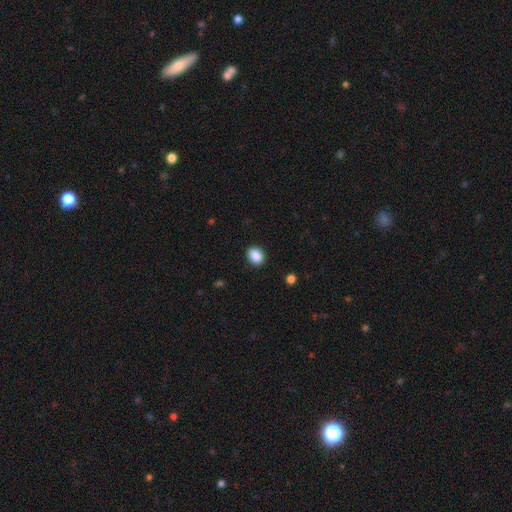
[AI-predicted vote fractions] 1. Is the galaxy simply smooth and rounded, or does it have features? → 89% smooth, 8% star or artifact, 3% featured or disk.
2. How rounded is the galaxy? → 54% in between, 46% round, 1% cigar-shaped.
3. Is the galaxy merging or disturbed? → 89% none, 8% minor disturbance, 2% major disturbance, 1% merger.